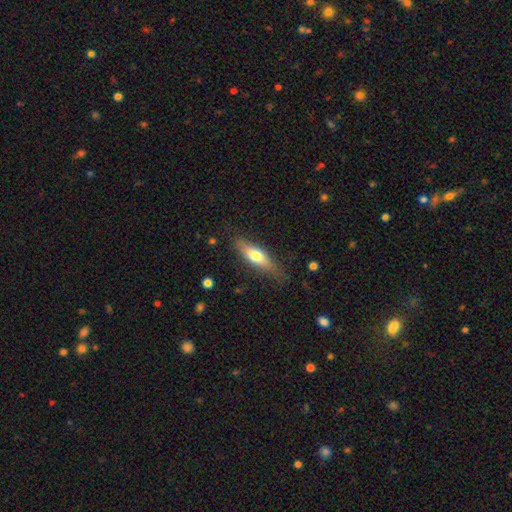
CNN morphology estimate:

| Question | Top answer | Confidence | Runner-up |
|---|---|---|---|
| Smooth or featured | smooth | 64% | featured or disk (30%) |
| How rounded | cigar-shaped | 50% | in between (47%) |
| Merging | none | 75% | minor disturbance (19%) |